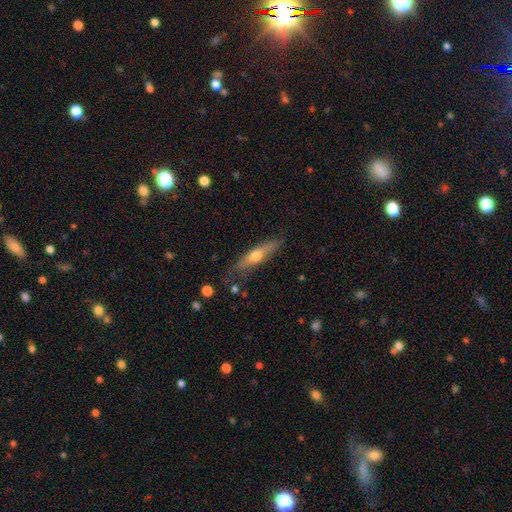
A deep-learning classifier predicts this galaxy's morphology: smooth_or_featured: smooth (p=0.48) [alt: featured or disk p=0.46]
merging: none (p=0.75) [alt: minor disturbance p=0.18]